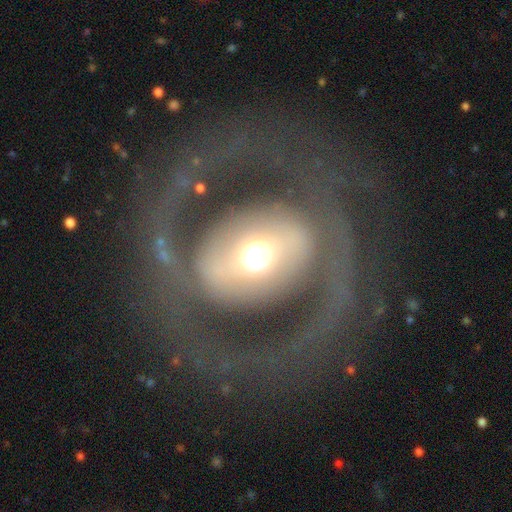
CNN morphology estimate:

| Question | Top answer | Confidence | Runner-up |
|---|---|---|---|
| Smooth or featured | featured or disk | 70% | smooth (23%) |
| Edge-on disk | no | 95% | yes (5%) |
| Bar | no | 47% | strong (28%) |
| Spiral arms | yes | 60% | no (40%) |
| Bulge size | moderate | 58% | large (25%) |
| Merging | none | 63% | major disturbance (22%) |